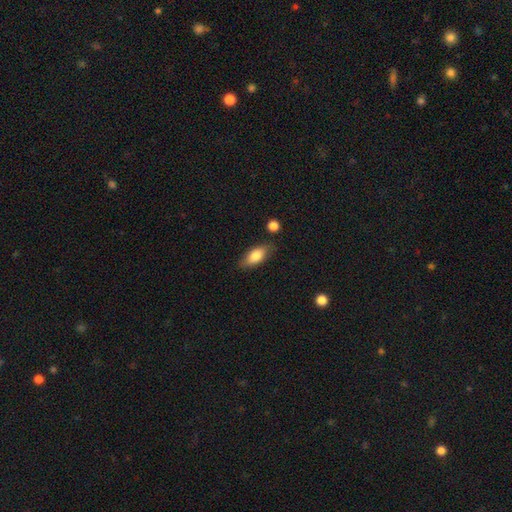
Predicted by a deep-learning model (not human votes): smooth-or-featured: smooth: 78% | featured or disk: 15% | star or artifact: 7%
  how-rounded: in between: 83% | cigar-shaped: 13% | round: 3%
  merging: none: 79% | minor disturbance: 14% | merger: 4% | major disturbance: 3%